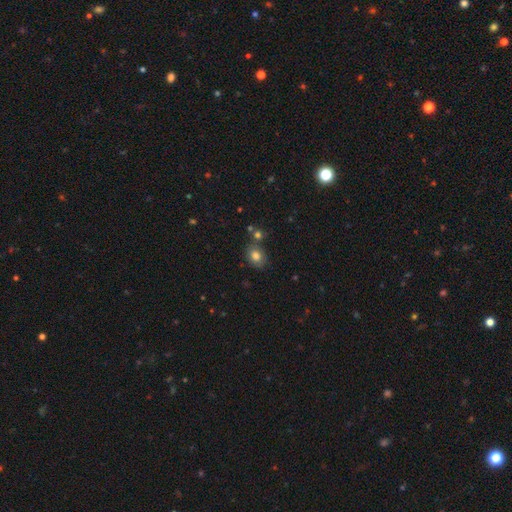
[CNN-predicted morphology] Q: Smooth or featured?
A: smooth (81%); runner-up: star or artifact (11%)
Q: How rounded?
A: in between (49%); tied with: round (49%)
Q: Merging?
A: none (68%); runner-up: minor disturbance (15%)